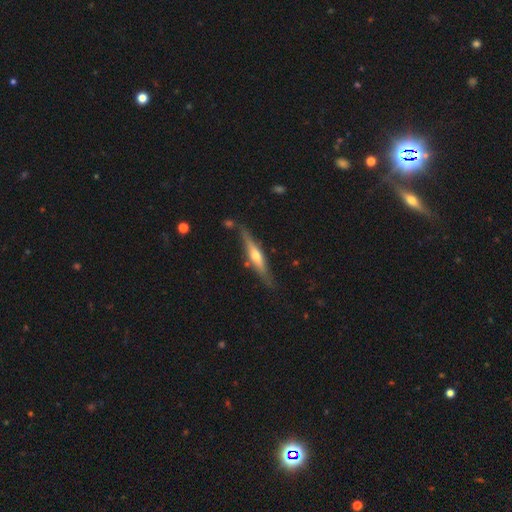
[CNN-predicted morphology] smooth-or-featured: featured or disk: 68% | smooth: 27% | star or artifact: 6%
  disk-edge-on: yes: 95% | no: 5%
    edge-on-bulge: rounded: 84% | none: 9% | boxy: 7%
  merging: none: 78% | minor disturbance: 14% | merger: 4% | major disturbance: 3%